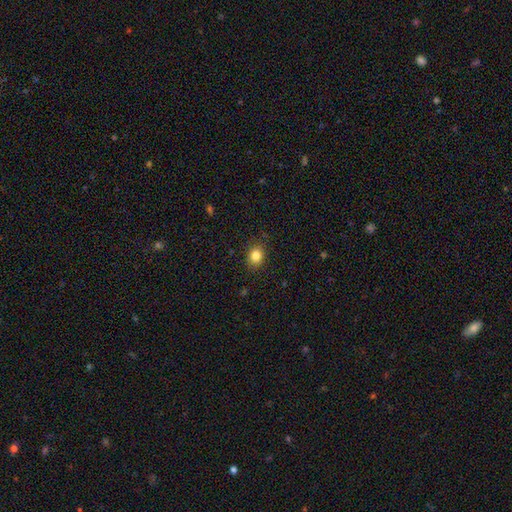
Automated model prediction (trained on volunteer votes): Smooth or featured?
  - smooth: 84% *
  - star or artifact: 11%
  - featured or disk: 6%
How rounded?
  - round: 61% *
  - in between: 38%
  - cigar-shaped: 1%
Merging?
  - none: 87% *
  - minor disturbance: 9%
  - major disturbance: 3%
  - merger: 1%